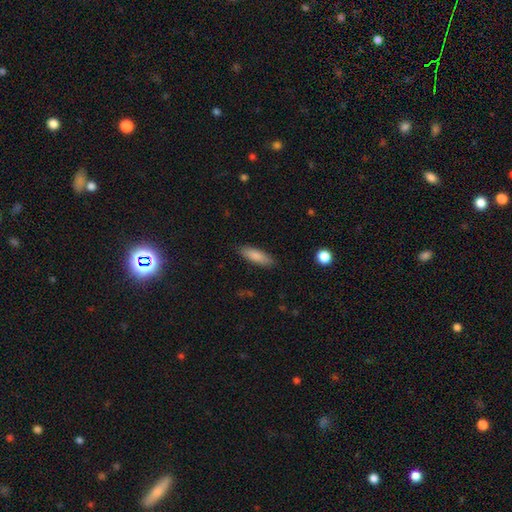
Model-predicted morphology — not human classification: Smooth or featured: smooth — 85% (featured or disk — 9%)
How rounded: in between — 53% (cigar-shaped — 45%)
Merging: none — 86% (minor disturbance — 11%)